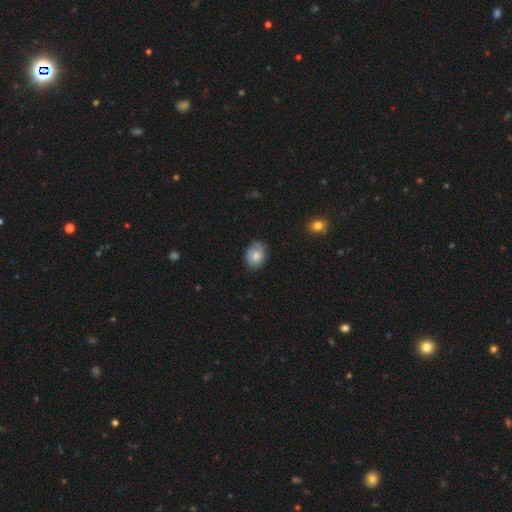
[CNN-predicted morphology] type=smooth (71%); roundness=in between (57%); merging=none (74%).